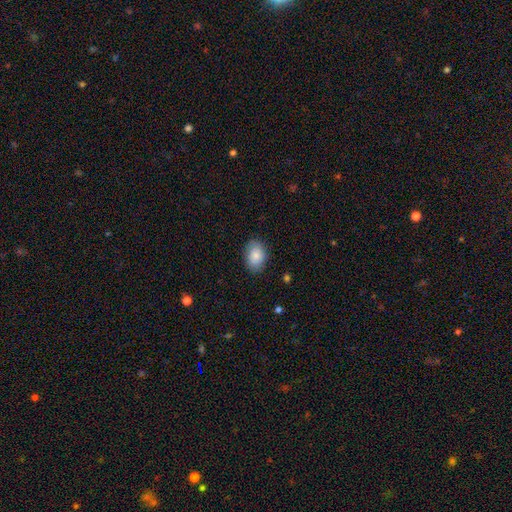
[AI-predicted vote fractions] The model was most divided on "how rounded": in between: 85%, round: 14%, cigar-shaped: 1%. More confident: smooth or featured — smooth (87%); merging — none (85%).